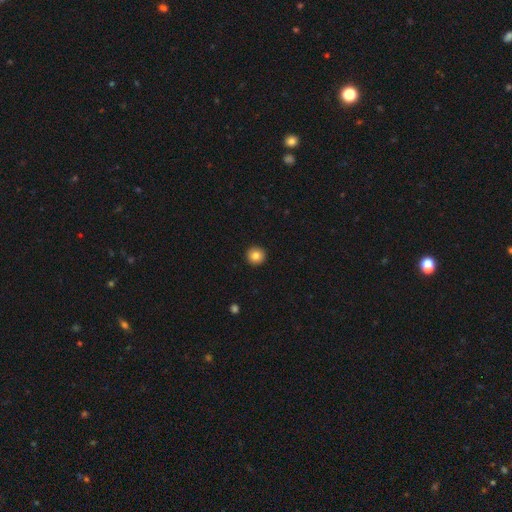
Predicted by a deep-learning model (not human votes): Morphology: type=smooth (84%); roundness=round (96%); merging=none (94%).